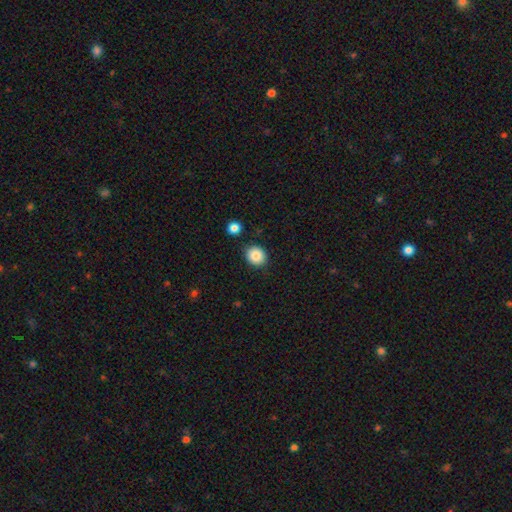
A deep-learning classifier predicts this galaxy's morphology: The model was most divided on "how rounded": round: 72%, in between: 27%, cigar-shaped: 1%. More confident: smooth or featured — smooth (87%); merging — none (87%).